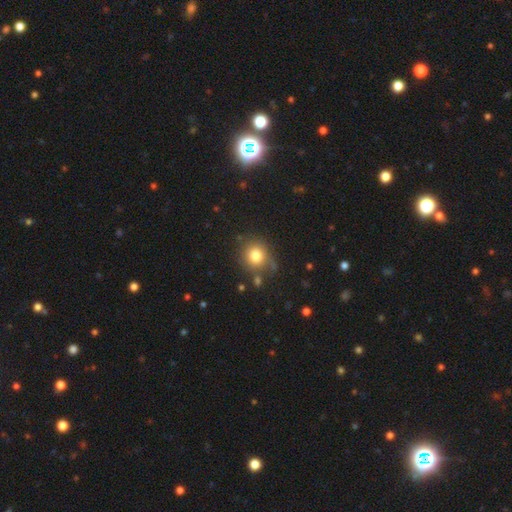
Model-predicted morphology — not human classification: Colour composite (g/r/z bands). It shows a smooth galaxy with no disk features (79%) that is round (86%). Merging: none (73%).